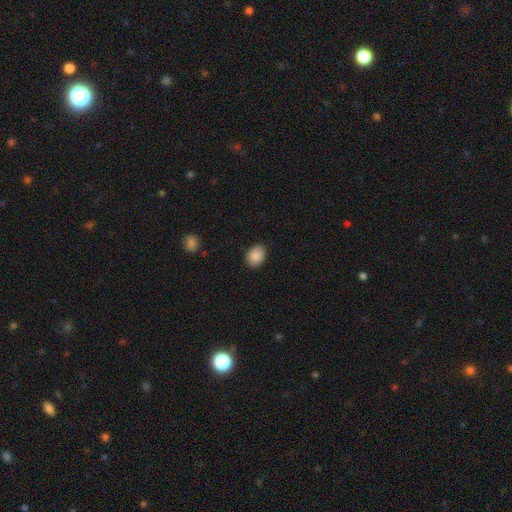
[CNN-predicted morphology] Overall: smooth (89%). How rounded: in between (65%; round 34%). Merging: none (86%).